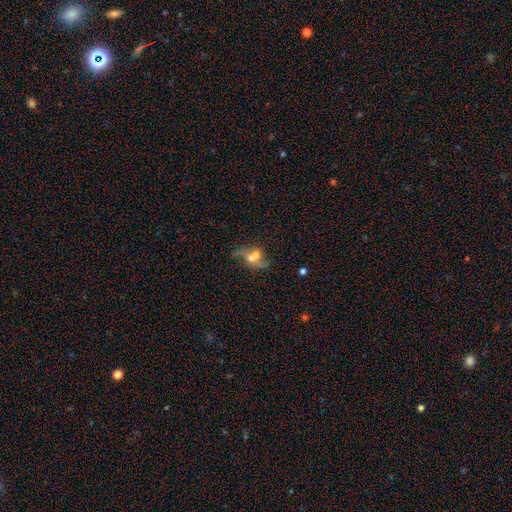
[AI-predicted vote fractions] The model was most divided on "bulge size": moderate: 46%, small: 26%, large: 14%, none: 10%, dominant: 3%. Remaining: edge-on disk — no (88%); spiral arms — yes (76%); smooth or featured — featured or disk (63%); bar — no (57%); merging — none (46%).